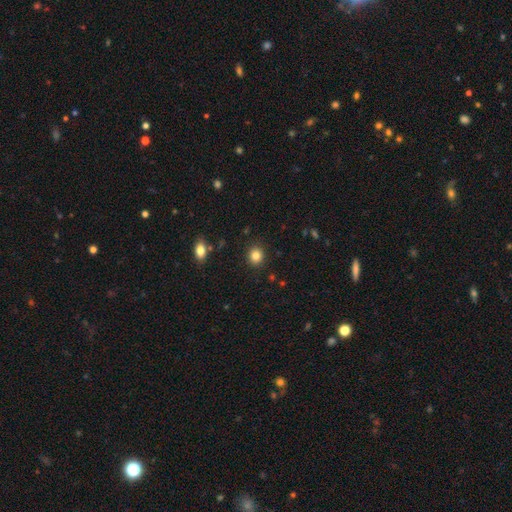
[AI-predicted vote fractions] Morphology: type=smooth (84%); roundness=round (82%); merging=none (90%).